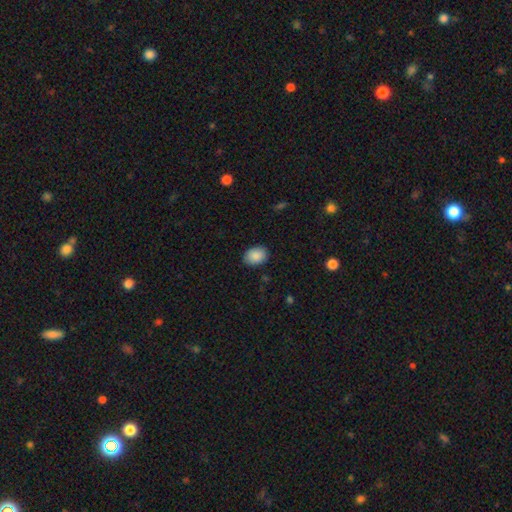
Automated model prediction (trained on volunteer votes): Morphology: type=smooth (88%); roundness=in between (68%); merging=none (87%).